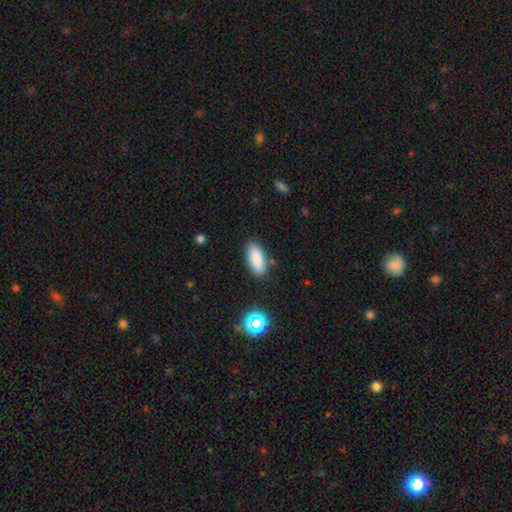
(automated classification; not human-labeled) Smooth or featured: smooth — 86% (star or artifact — 8%)
How rounded: in between — 85% (cigar-shaped — 13%)
Merging: none — 84% (minor disturbance — 11%)